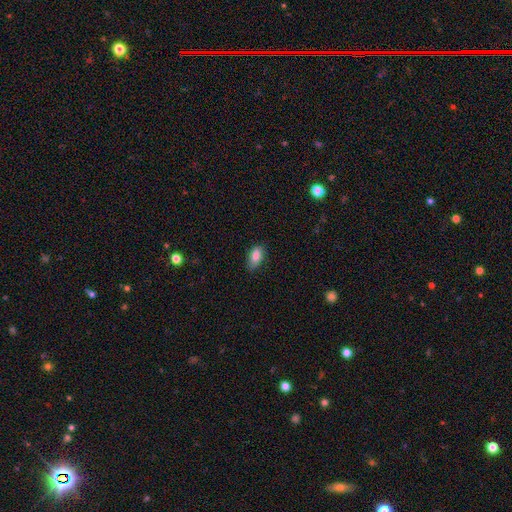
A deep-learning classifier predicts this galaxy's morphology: This is clearly a smooth galaxy (84%). How rounded: clearly in between (90%). Merging: likely none (76%).